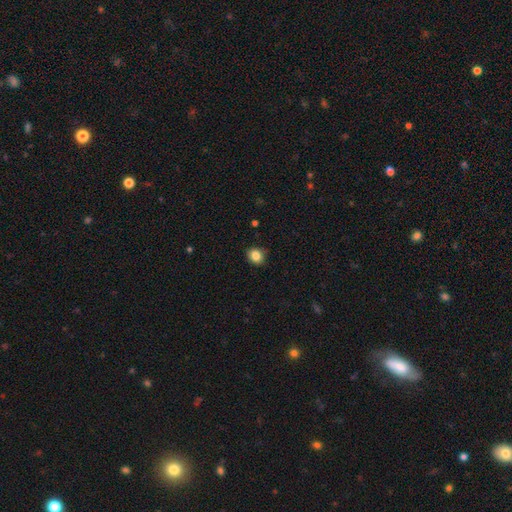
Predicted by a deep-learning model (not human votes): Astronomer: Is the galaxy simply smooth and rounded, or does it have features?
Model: smooth — 84%.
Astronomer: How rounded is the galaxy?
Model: round — 67%.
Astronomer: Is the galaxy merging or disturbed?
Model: none — 87%.